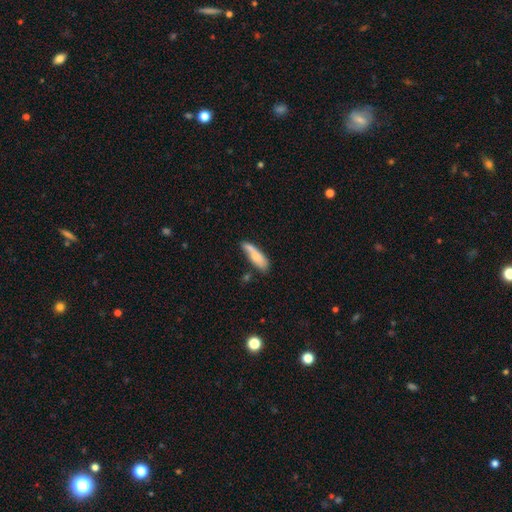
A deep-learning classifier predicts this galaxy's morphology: Overall: smooth (70%). How rounded: cigar-shaped (53%; in between 44%). Merging: none (48%; minor disturbance 26%).